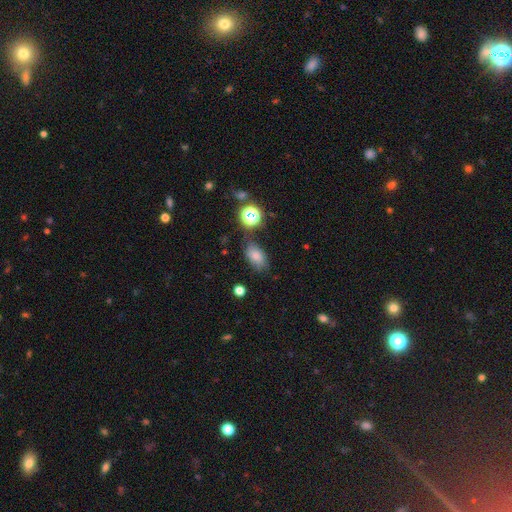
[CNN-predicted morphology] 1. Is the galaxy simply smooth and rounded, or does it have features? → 75% smooth, 15% star or artifact, 10% featured or disk.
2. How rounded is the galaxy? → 86% in between, 12% round, 2% cigar-shaped.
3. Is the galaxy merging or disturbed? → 68% none, 21% minor disturbance, 6% major disturbance, 5% merger.